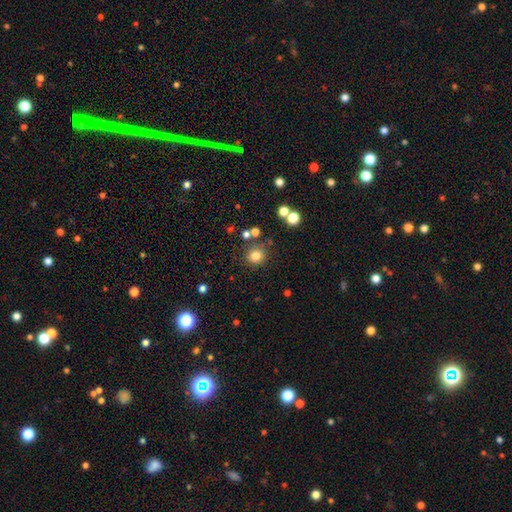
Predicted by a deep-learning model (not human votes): This is likely a smooth galaxy (79%). How rounded: clearly round (91%). Merging: clearly none (81%).